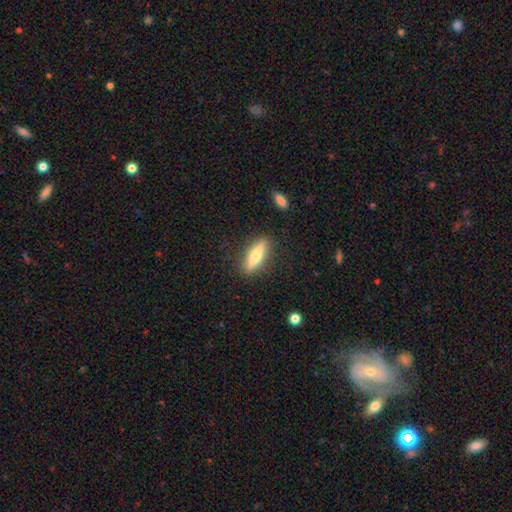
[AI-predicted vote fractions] This is possibly a smooth galaxy (55%). How rounded: likely cigar-shaped (66%). Merging: clearly none (86%).